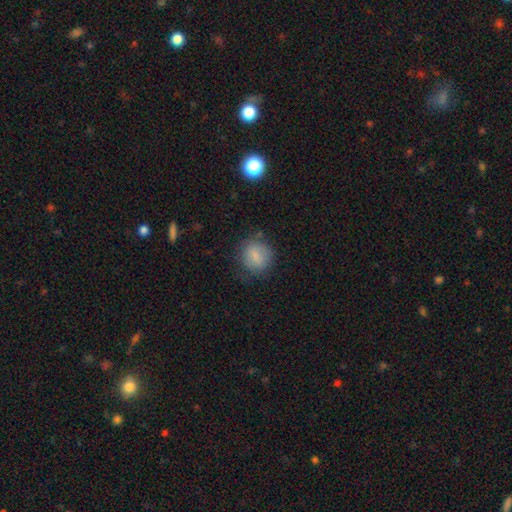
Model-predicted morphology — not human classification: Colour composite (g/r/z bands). It shows a smooth galaxy with no disk features (81%) that is round (74%). Merging: none (75%).